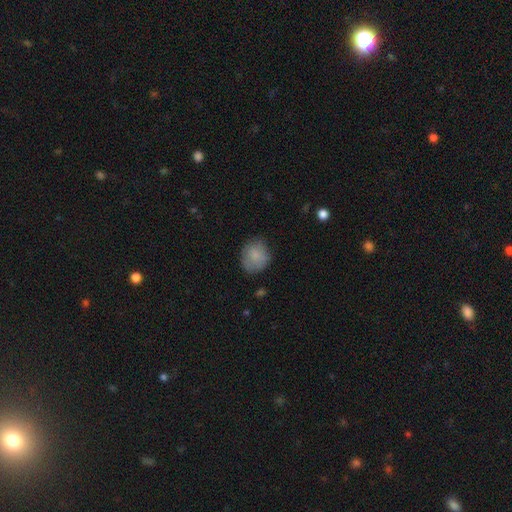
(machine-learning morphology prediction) A smooth galaxy with no disk features (82%) that is round (68%).

Vote fractions:
- Smooth or featured? smooth: 82% / featured or disk: 11% / star or artifact: 7%
- How rounded? round: 68% / in between: 31% / cigar-shaped: 1%
- Merging? none: 71% / minor disturbance: 22% / major disturbance: 6% / merger: 2%